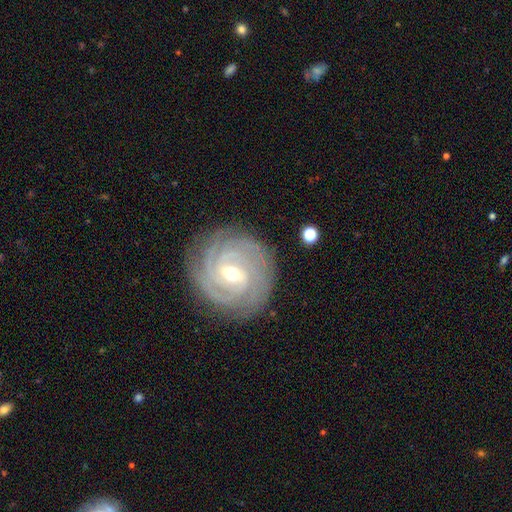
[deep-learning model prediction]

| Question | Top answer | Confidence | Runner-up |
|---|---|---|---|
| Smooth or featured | featured or disk | 91% | star or artifact (5%) |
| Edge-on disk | no | 97% | yes (3%) |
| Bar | weak | 53% | strong (30%) |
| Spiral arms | yes | 98% | no (2%) |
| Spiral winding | tight | 83% | medium (15%) |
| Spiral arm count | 3 | 31% | 4 (29%) |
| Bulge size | moderate | 56% | small (40%) |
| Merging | none | 84% | minor disturbance (12%) |